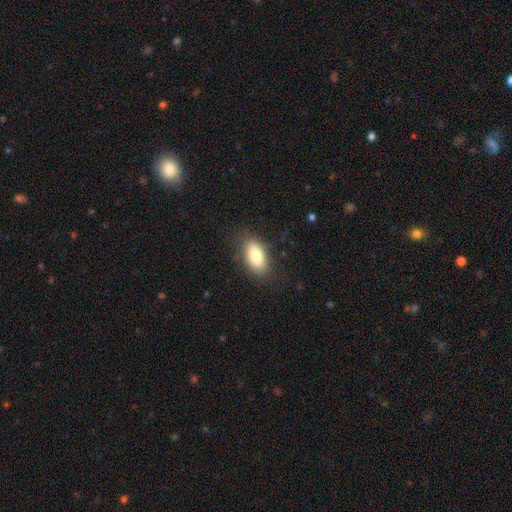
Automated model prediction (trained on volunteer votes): This appears to be a smooth galaxy with no disk features (81%) that is in between round and cigar-shaped (89%). Merging: none (83%).